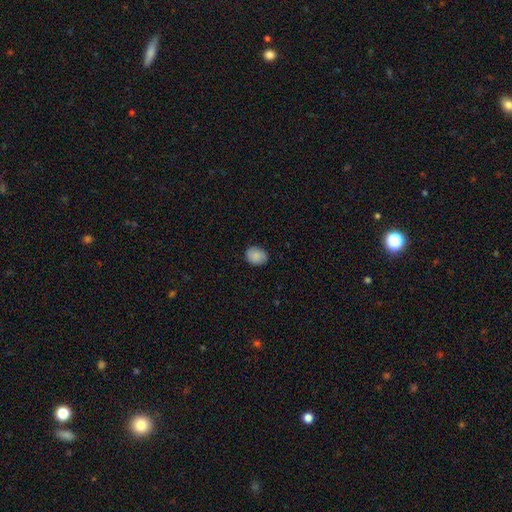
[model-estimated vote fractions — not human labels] smooth_or_featured: smooth (p=0.86) [alt: star or artifact p=0.07]
how_rounded: in between (p=0.54) [alt: round p=0.46]
merging: none (p=0.85) [alt: minor disturbance p=0.12]